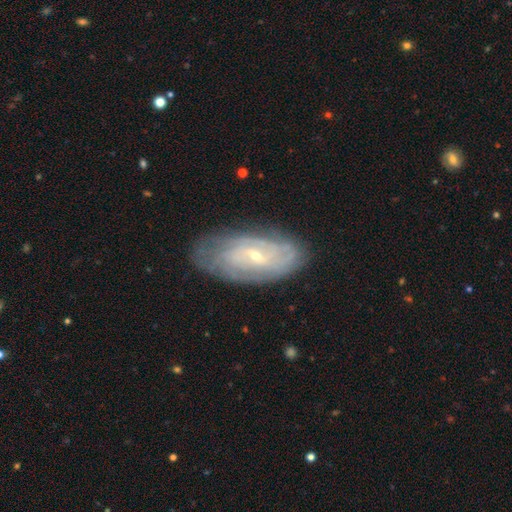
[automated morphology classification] Smooth or featured?
  - featured or disk: 77% *
  - smooth: 16%
  - star or artifact: 7%
Edge-on disk?
  - no: 93% *
  - yes: 7%
Bar?
  - weak: 45% *
  - no: 42%
  - strong: 14%
Spiral arms?
  - yes: 87% *
  - no: 13%
Spiral winding?
  - tight: 69% *
  - medium: 24%
  - loose: 7%
Spiral arm count?
  - can't tell: 54% *
  - 2: 18%
  - 3: 9%
  - 4: 9%
  - more than 4: 5%
  - 1: 4%
Bulge size?
  - small: 74% *
  - moderate: 23%
  - none: 1%
  - large: 1%
  - dominant: 1%
Merging?
  - none: 75% *
  - minor disturbance: 19%
  - major disturbance: 5%
  - merger: 1%